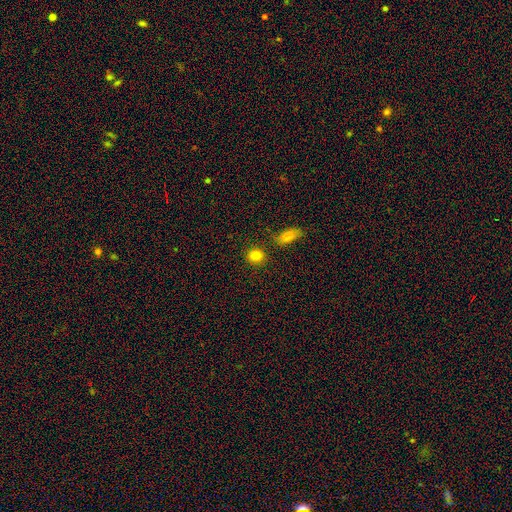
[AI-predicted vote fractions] Smooth or featured?
  - smooth: 83% *
  - star or artifact: 11%
  - featured or disk: 6%
How rounded?
  - round: 76% *
  - in between: 23%
  - cigar-shaped: 1%
Merging?
  - none: 86% *
  - minor disturbance: 7%
  - merger: 4%
  - major disturbance: 2%